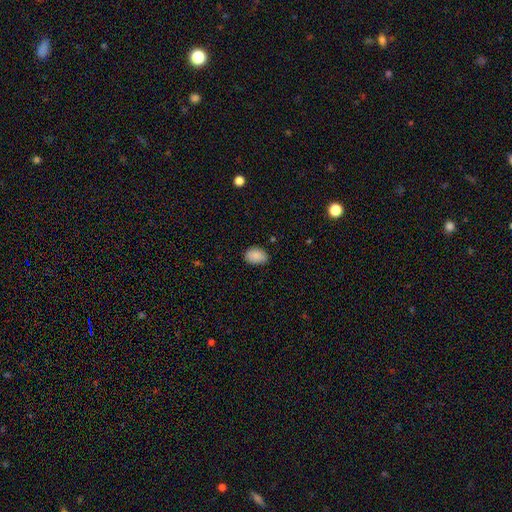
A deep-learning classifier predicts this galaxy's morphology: Smooth or featured: smooth — 87% (star or artifact — 8%)
How rounded: in between — 79% (round — 19%)
Merging: none — 77% (minor disturbance — 19%)